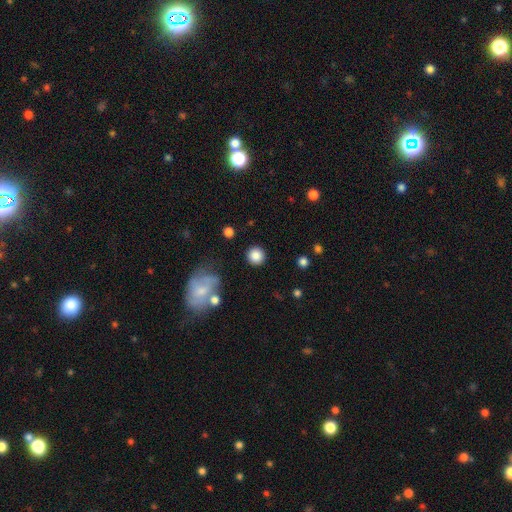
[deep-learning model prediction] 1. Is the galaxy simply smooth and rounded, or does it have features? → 86% smooth, 9% star or artifact, 5% featured or disk.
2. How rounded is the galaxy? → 93% round, 6% in between, 1% cigar-shaped.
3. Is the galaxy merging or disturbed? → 87% none, 7% minor disturbance, 3% major disturbance, 3% merger.